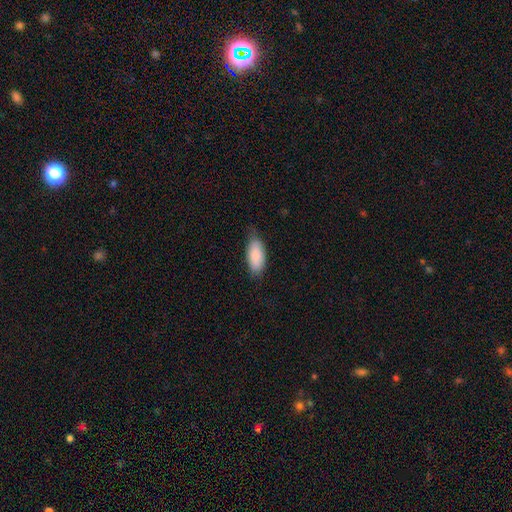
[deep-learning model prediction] A smooth galaxy with no disk features (86%) that is in between round and cigar-shaped (90%). Merging: none (70%).